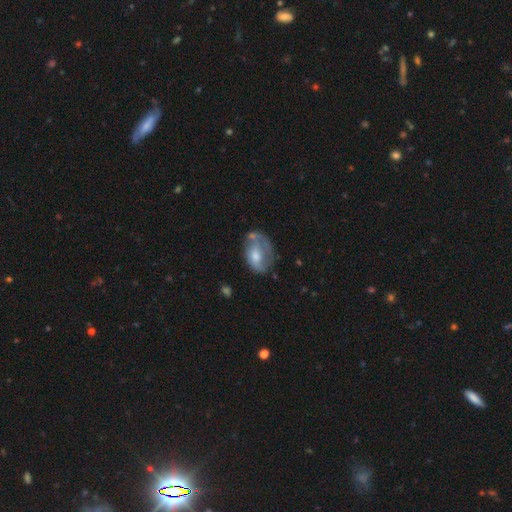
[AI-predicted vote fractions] Smooth or featured? featured or disk (53%)
Edge-on disk? no (95%)
Bar? no (65%)
Spiral arms? yes (54%)
Bulge size? moderate (55%)
Merging? none (44%)